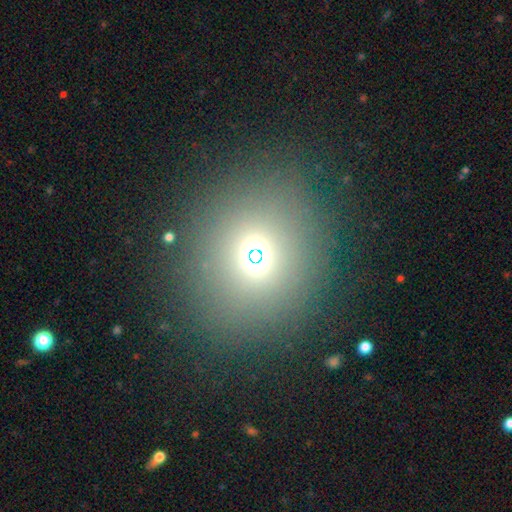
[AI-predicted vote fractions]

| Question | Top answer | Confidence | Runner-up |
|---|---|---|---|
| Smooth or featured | smooth | 57% | star or artifact (33%) |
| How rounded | round | 79% | in between (20%) |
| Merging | none | 86% | minor disturbance (7%) |